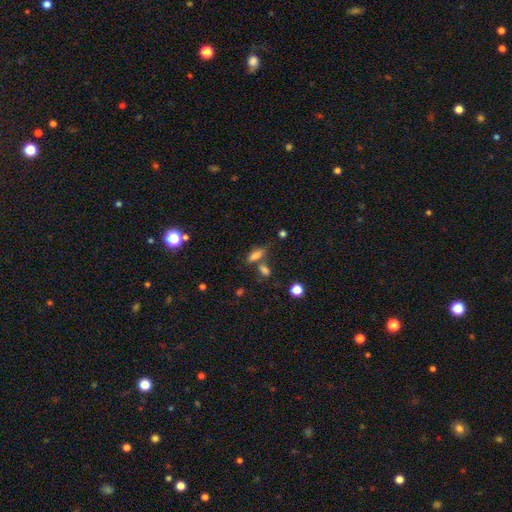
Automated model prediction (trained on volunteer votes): smooth-or-featured: smooth: 77% | featured or disk: 12% | star or artifact: 12%
  how-rounded: in between: 71% | cigar-shaped: 25% | round: 4%
  merging: none: 57% | merger: 24% | minor disturbance: 14% | major disturbance: 5%